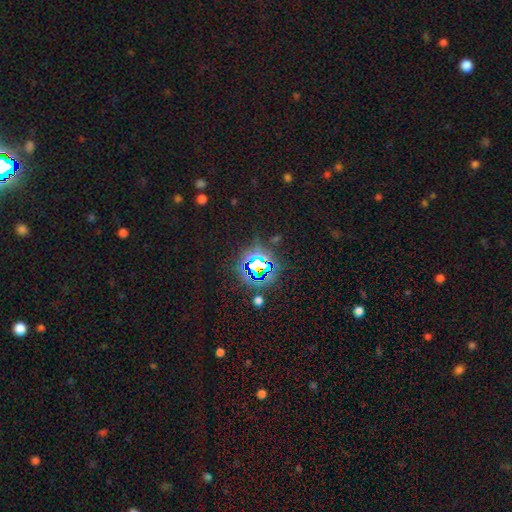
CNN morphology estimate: Smooth or featured? Predicted: star or artifact (p=0.80).